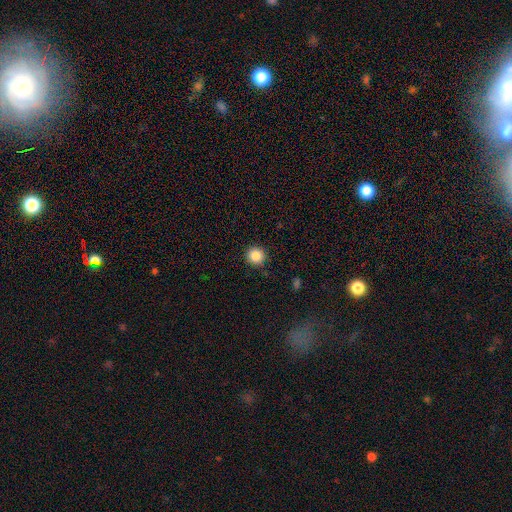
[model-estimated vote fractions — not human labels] Smooth or featured? Predicted: smooth (p=0.86). How rounded? Predicted: round (p=0.94). Merging? Predicted: none (p=0.91).